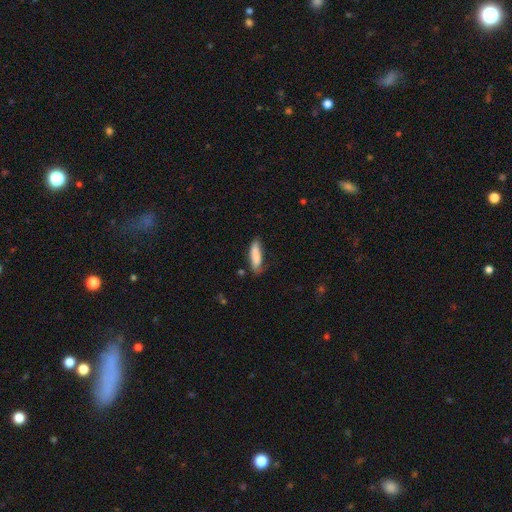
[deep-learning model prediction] Smooth or featured: smooth — 83% (featured or disk — 11%)
How rounded: cigar-shaped — 56% (in between — 42%)
Merging: none — 62% (minor disturbance — 28%)